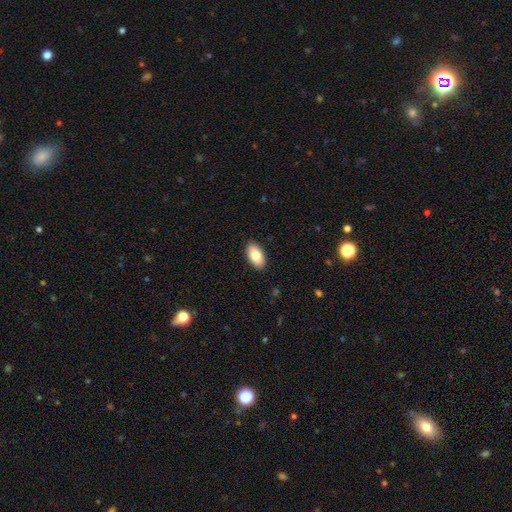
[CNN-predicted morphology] smooth-or-featured: smooth: 81% | featured or disk: 12% | star or artifact: 6%
  how-rounded: in between: 94% | round: 3% | cigar-shaped: 3%
  merging: none: 90% | minor disturbance: 7% | major disturbance: 2% | merger: 1%